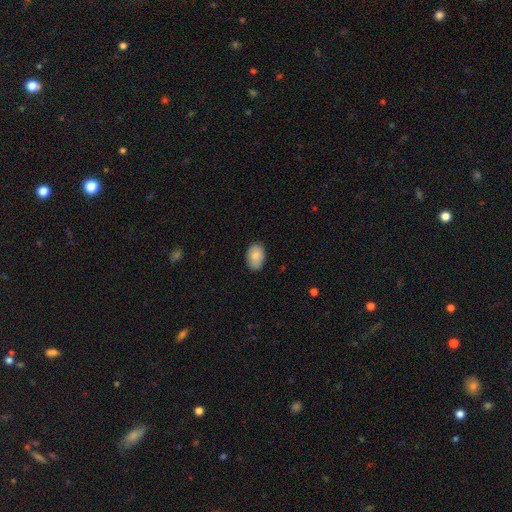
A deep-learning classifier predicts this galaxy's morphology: This is clearly a smooth galaxy (85%). How rounded: clearly in between (87%). Merging: clearly none (84%).